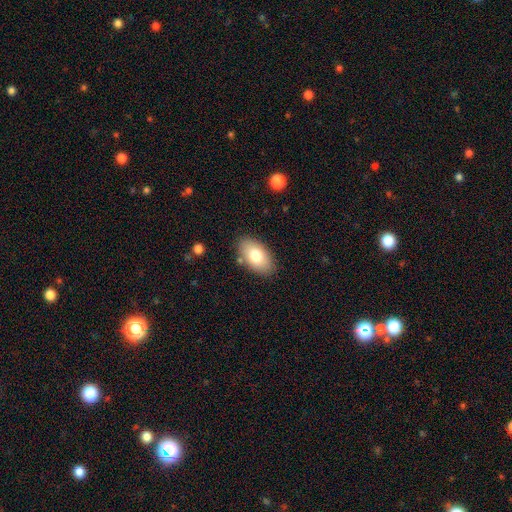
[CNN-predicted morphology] smooth_or_featured: smooth (p=0.77) [alt: featured or disk p=0.16]
how_rounded: in between (p=0.94) [alt: round p=0.05]
merging: none (p=0.84) [alt: minor disturbance p=0.11]